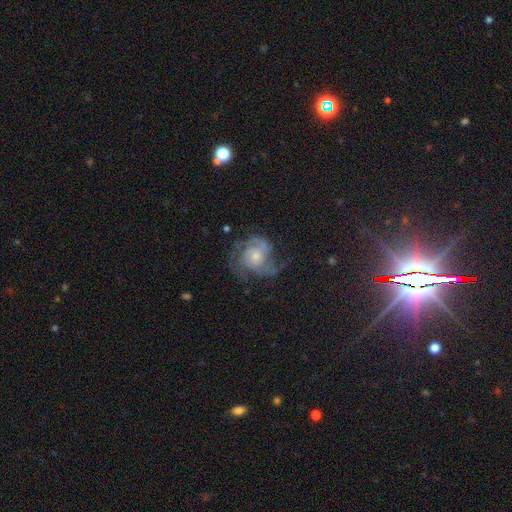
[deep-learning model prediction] Overall: featured or disk (82%). Edge-on disk: no (98%). Bar: no (72%). Spiral arms: yes (93%). Spiral arm count: 2 (31%; 3 29%). Spiral winding: medium (44%; tight 41%). Bulge size: moderate (47%; small 43%). Merging: none (57%; minor disturbance 21%).